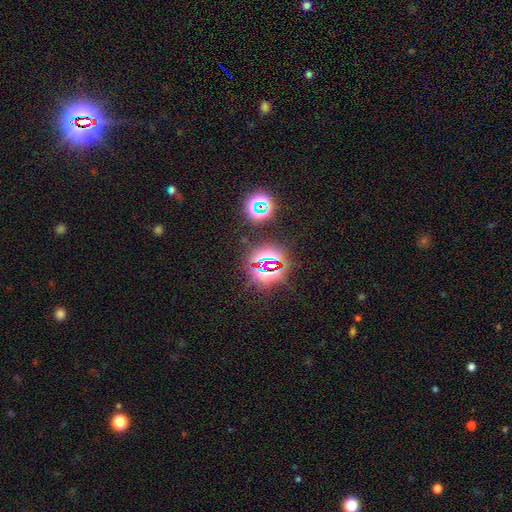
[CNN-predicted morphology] Q: Smooth or featured?
A: star or artifact (75%); runner-up: smooth (17%)